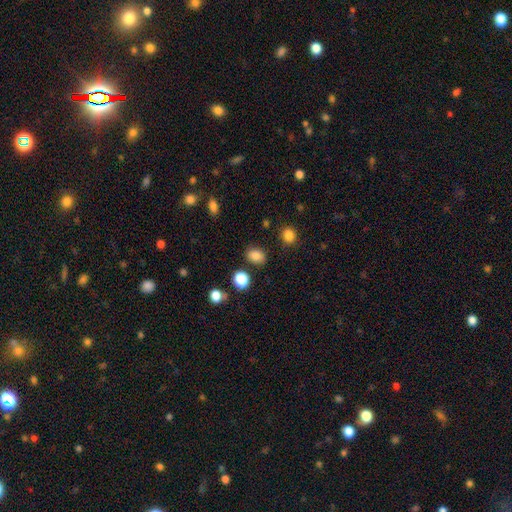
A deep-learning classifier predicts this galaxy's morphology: Q: Smooth or featured?
A: smooth (84%); runner-up: star or artifact (12%)
Q: How rounded?
A: in between (66%); runner-up: round (33%)
Q: Merging?
A: none (82%); runner-up: minor disturbance (11%)